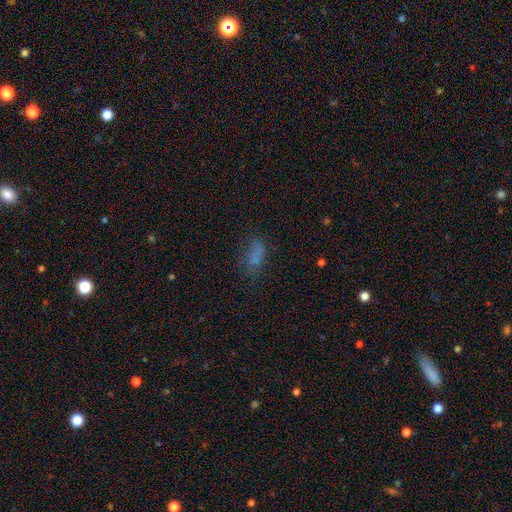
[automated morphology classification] smooth-or-featured: smooth: 64% | star or artifact: 18% | featured or disk: 18%
  how-rounded: in between: 83% | cigar-shaped: 9% | round: 8%
  merging: none: 46% | minor disturbance: 24% | major disturbance: 21% | merger: 9%